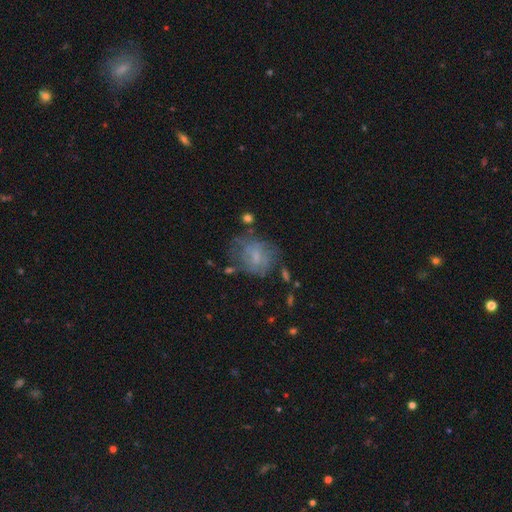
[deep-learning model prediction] smooth_or_featured: featured or disk (p=0.48) [alt: smooth p=0.41]
merging: none (p=0.52) [alt: minor disturbance p=0.24]